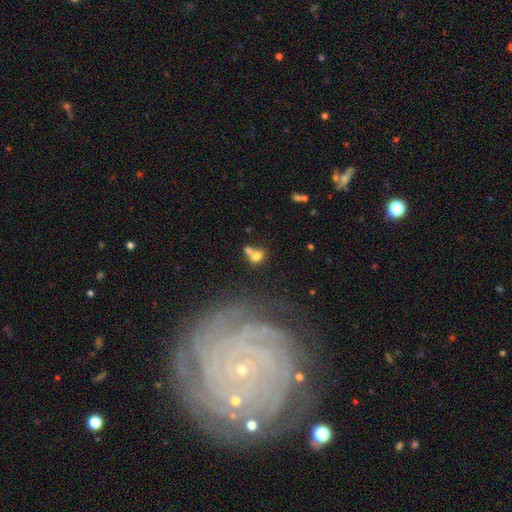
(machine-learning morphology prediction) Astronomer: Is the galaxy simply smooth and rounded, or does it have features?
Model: smooth — 73%.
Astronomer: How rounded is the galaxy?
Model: round — 50% (runner-up: in between, 48%).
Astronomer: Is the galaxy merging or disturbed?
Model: merger — 54% (runner-up: none, 31%).